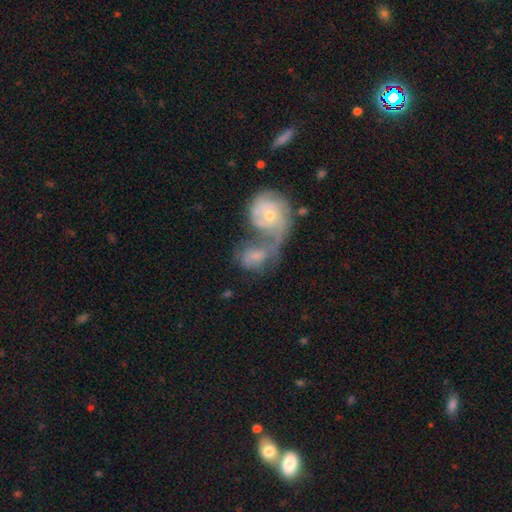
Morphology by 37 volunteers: This appears to be a smooth galaxy with no disk features (57%) that is round (52%). Merging: merger (83%).